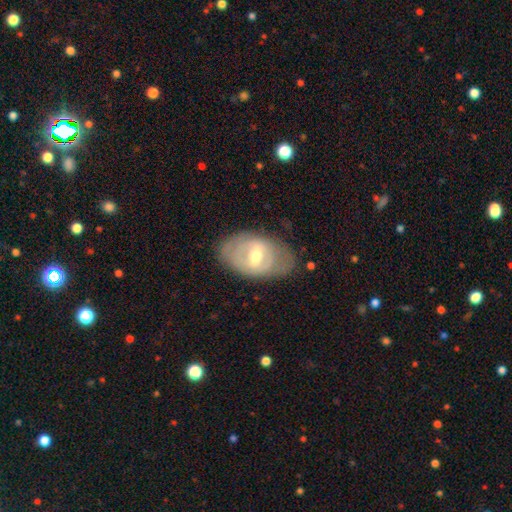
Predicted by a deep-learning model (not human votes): Smooth or featured? Predicted: featured or disk (p=0.64). Edge-on disk? Predicted: no (p=0.92). Bar? Predicted: weak (p=0.49). Spiral arms? Predicted: no (p=0.57). Bulge size? Predicted: moderate (p=0.70). Merging? Predicted: none (p=0.72).